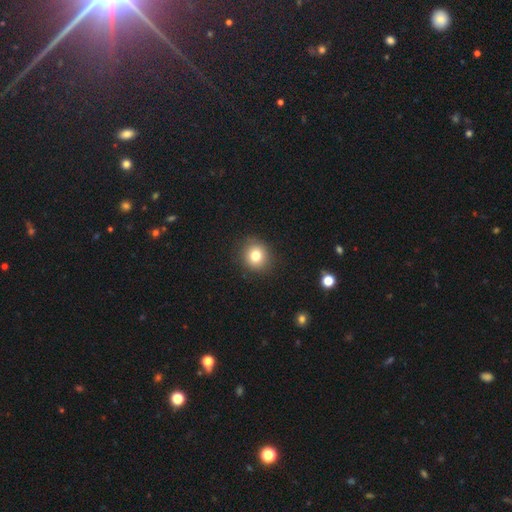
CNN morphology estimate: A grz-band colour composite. It shows a smooth galaxy with no disk features (80%) that is round (86%). Merging: none (89%).